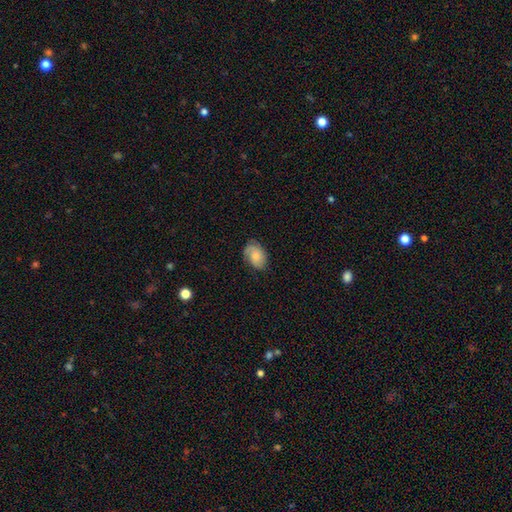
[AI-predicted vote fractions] The model was most divided on "smooth or featured": smooth: 47%, featured or disk: 45%, star or artifact: 8%. More confident: merging — none (66%).